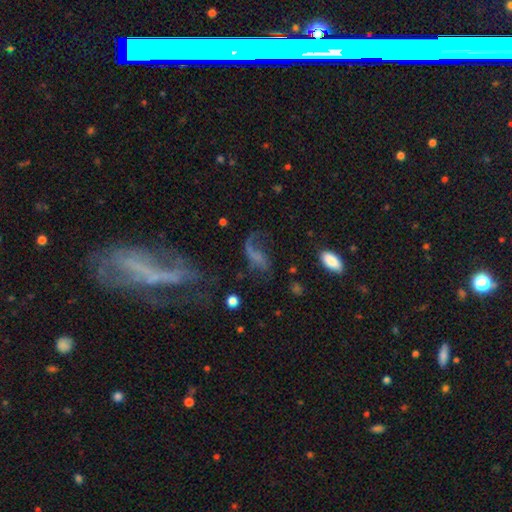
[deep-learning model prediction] Smooth or featured? featured or disk (54%)
Edge-on disk? no (94%)
Bar? no (62%)
Spiral arms? yes (78%)
Bulge size? none (62%)
Merging? major disturbance (38%, tied with none)